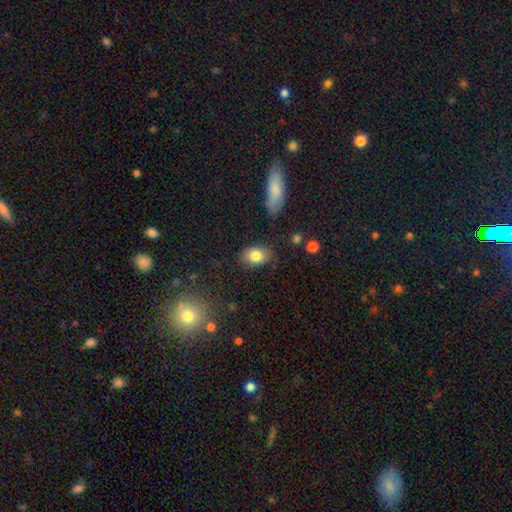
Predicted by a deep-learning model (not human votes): The model was most divided on "how rounded": in between: 81%, round: 17%, cigar-shaped: 1%. More confident: smooth or featured — smooth (82%); merging — none (81%).